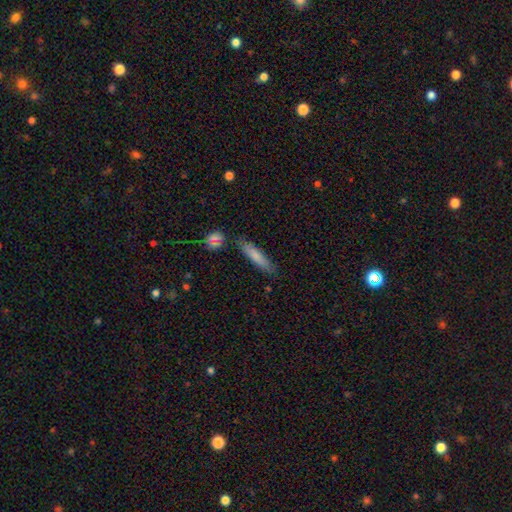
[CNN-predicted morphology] smooth-or-featured: smooth: 76% | featured or disk: 17% | star or artifact: 6%
  how-rounded: cigar-shaped: 83% | in between: 15% | round: 2%
  merging: none: 77% | minor disturbance: 14% | merger: 6% | major disturbance: 3%